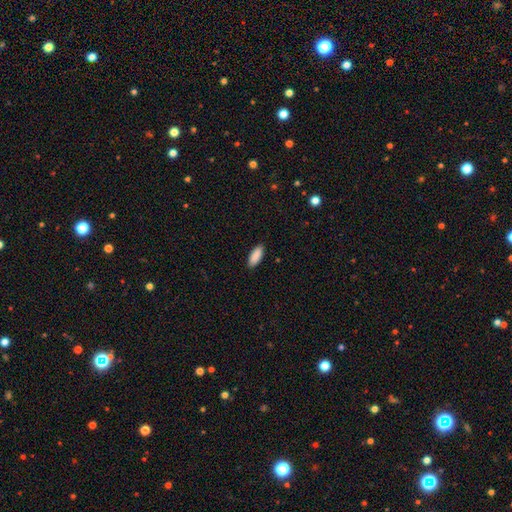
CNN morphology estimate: A smooth galaxy with no disk features (91%) that is in between round and cigar-shaped (79%). Merging: none (89%).